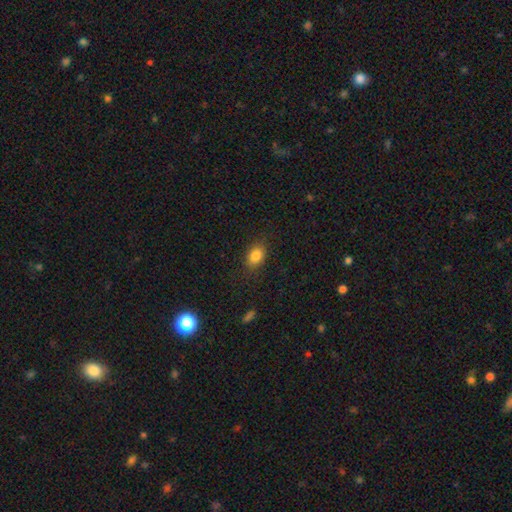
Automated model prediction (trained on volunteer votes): A smooth galaxy with no disk features (83%) that is in between round and cigar-shaped (72%).

Vote fractions:
- Smooth or featured? smooth: 83% / star or artifact: 10% / featured or disk: 7%
- How rounded? in between: 72% / round: 27% / cigar-shaped: 2%
- Merging? none: 83% / minor disturbance: 12% / major disturbance: 3% / merger: 1%